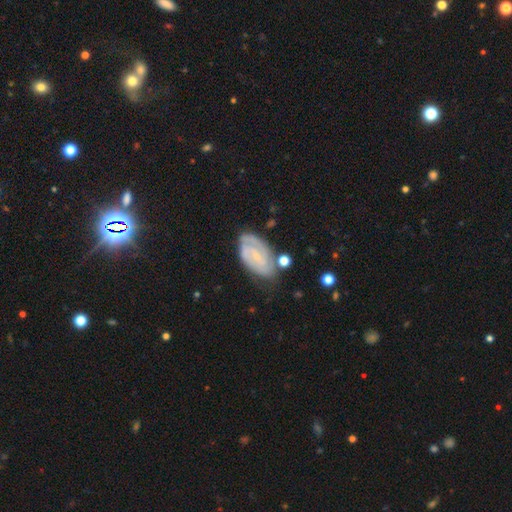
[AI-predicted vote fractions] Smooth or featured? featured or disk (73%)
Edge-on disk? no (96%)
Bar? weak (44%)
Spiral arms? yes (90%)
Spiral winding? tight (57%)
Spiral arm count? 2 (55%)
Bulge size? small (73%)
Merging? none (64%)